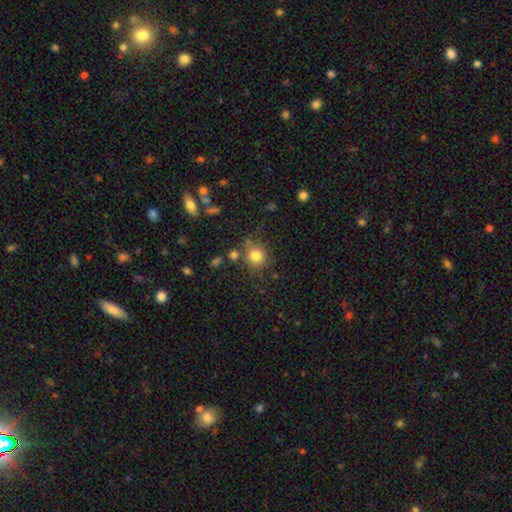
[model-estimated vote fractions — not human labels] Smooth or featured: smooth — 80% (star or artifact — 12%)
How rounded: round — 86% (in between — 13%)
Merging: none — 74% (minor disturbance — 13%)